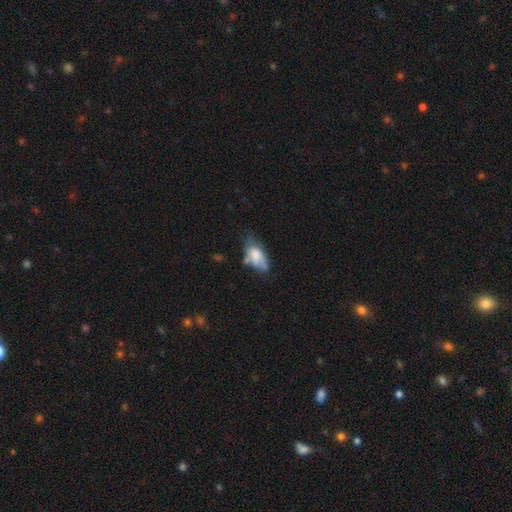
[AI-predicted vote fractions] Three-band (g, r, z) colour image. It shows a smooth galaxy with no disk features (67%) that is in between round and cigar-shaped (89%). Merging: none (36%).